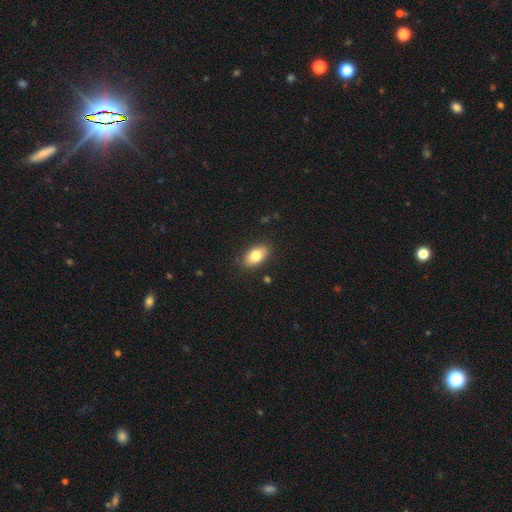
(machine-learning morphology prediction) Smooth or featured: smooth — 80% (featured or disk — 13%)
How rounded: in between — 90% (round — 6%)
Merging: none — 86% (minor disturbance — 11%)